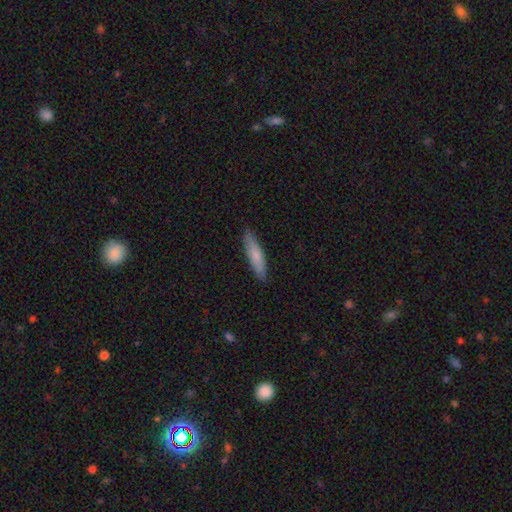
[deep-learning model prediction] This appears to be a smooth galaxy with no disk features (77%) that is cigar-shaped (84%). Merging: none (89%).